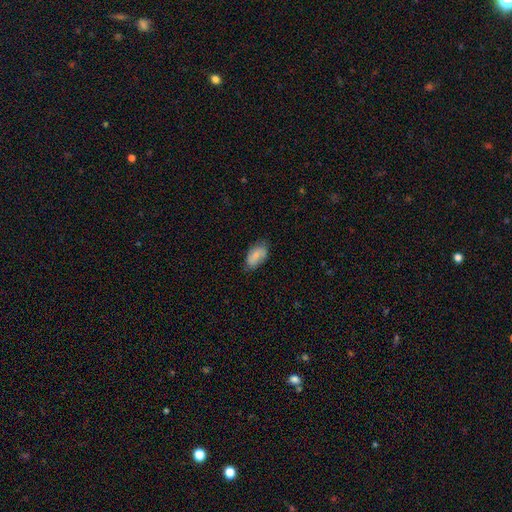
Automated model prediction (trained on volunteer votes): This appears to be a smooth galaxy with no disk features (73%) that is in between round and cigar-shaped (93%). Merging: none (69%).